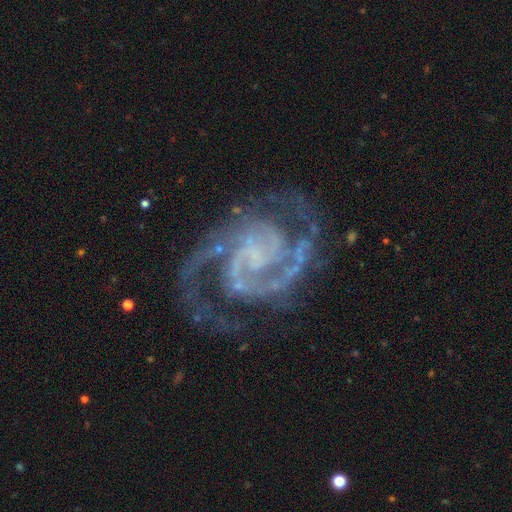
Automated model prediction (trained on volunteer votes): This is clearly a featured or disk galaxy (93%). It is clearly not viewed edge-on (98%). Bar: marginally weak (41%). Spiral arm pattern: clearly yes (98%). Spiral arm count: clearly 2 (82%). Spiral winding: possibly medium (50%). Central bulge: possibly none (55%). Merging: likely none (72%).